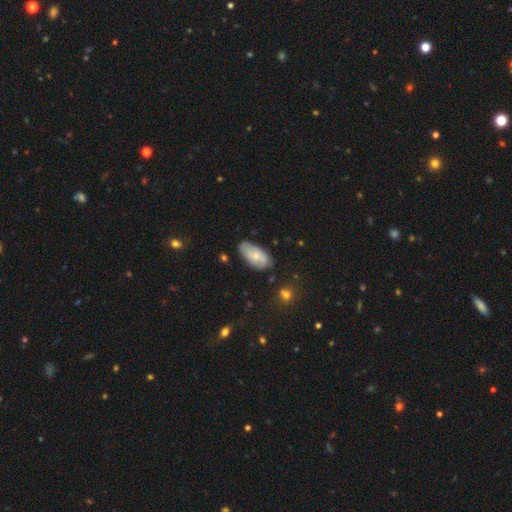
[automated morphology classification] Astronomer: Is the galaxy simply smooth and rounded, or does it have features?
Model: smooth — 55% (runner-up: featured or disk, 38%).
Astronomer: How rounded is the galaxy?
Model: in between — 91%.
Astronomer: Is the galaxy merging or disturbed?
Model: none — 69%.